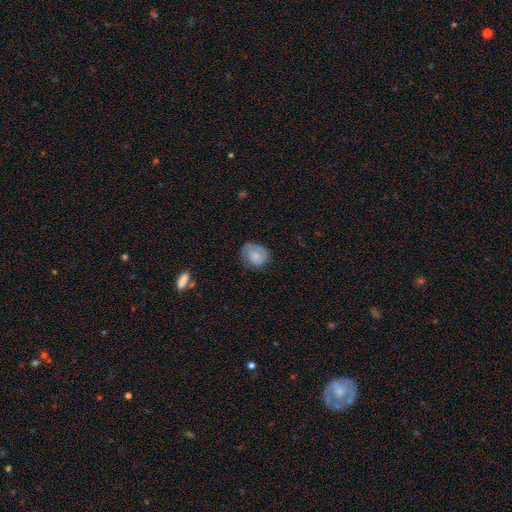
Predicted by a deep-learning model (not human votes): Smooth or featured? Predicted: smooth (p=0.73). How rounded? Predicted: round (p=0.55). Merging? Predicted: none (p=0.62).